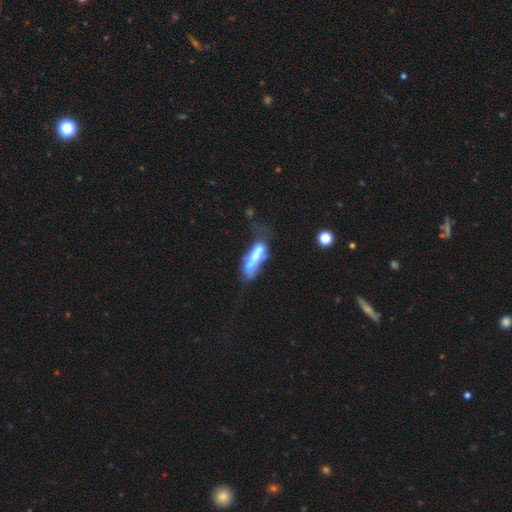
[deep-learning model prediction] Smooth or featured: featured or disk — 48% (smooth — 42%)
Merging: merger — 50% (major disturbance — 19%)